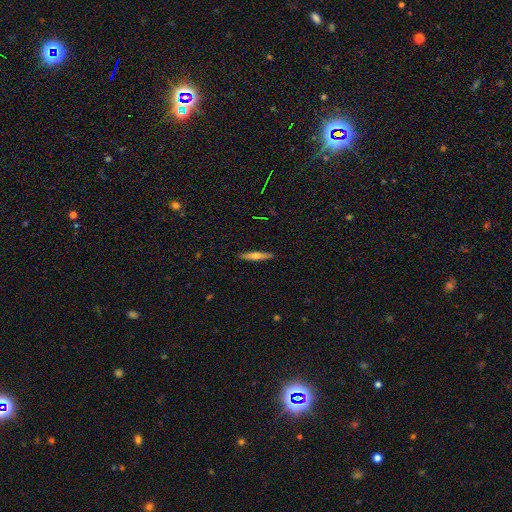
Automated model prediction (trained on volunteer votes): Smooth or featured? smooth (48%)
Merging? none (91%)